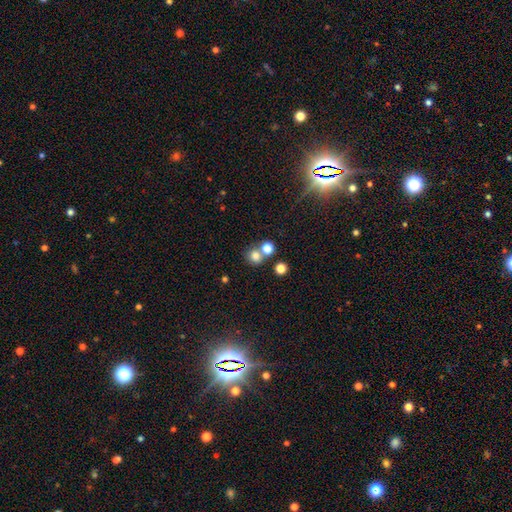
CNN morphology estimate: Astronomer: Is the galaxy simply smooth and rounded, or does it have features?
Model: smooth — 77%.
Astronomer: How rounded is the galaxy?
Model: round — 82%.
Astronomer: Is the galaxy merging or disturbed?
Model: none — 56% (runner-up: merger, 33%).